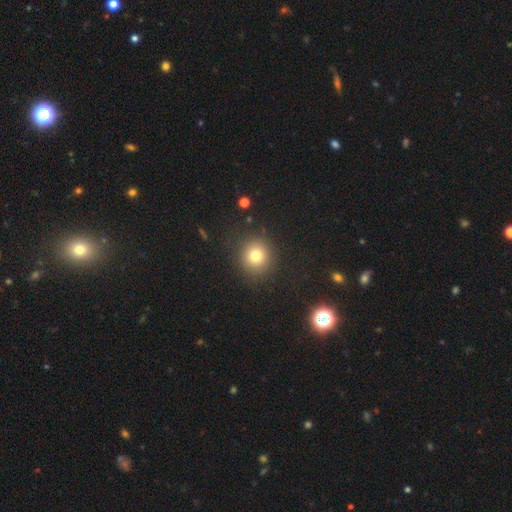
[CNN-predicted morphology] Smooth or featured: smooth — 76% (star or artifact — 14%)
How rounded: round — 91% (in between — 8%)
Merging: none — 88% (minor disturbance — 7%)